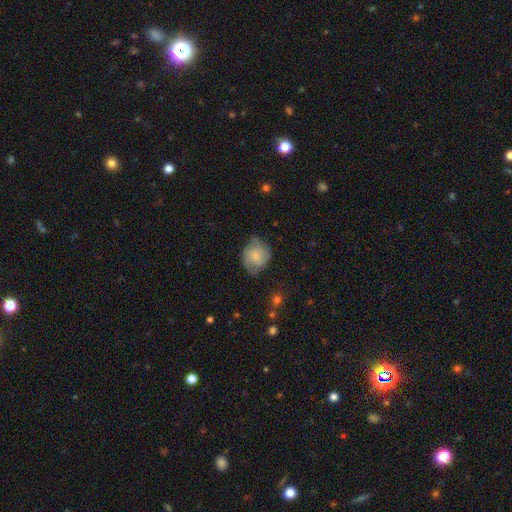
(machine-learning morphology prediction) smooth-or-featured: smooth: 50% | featured or disk: 42% | star or artifact: 7%
  how-rounded: round: 68% | in between: 31% | cigar-shaped: 1%
  merging: none: 65% | minor disturbance: 25% | major disturbance: 8% | merger: 2%